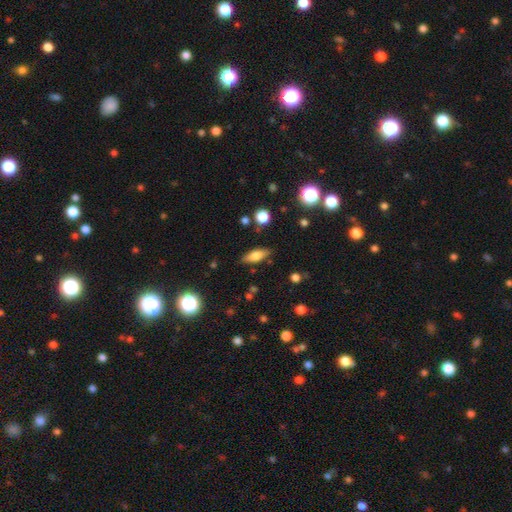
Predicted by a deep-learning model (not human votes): Smooth or featured? smooth (70%)
How rounded? in between (70%)
Merging? none (83%)